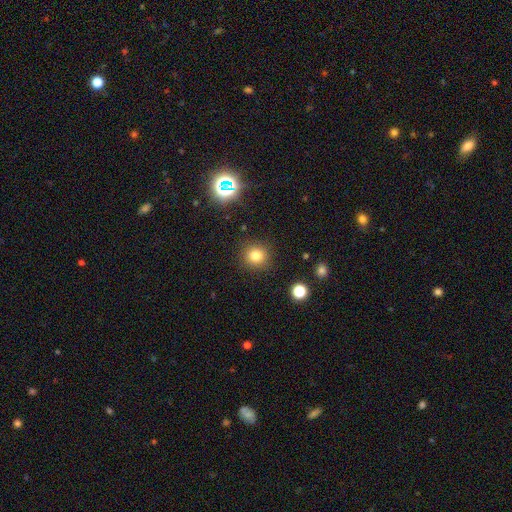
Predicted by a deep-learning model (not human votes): This appears to be a smooth galaxy with no disk features (79%) that is round (89%). Merging: none (88%).